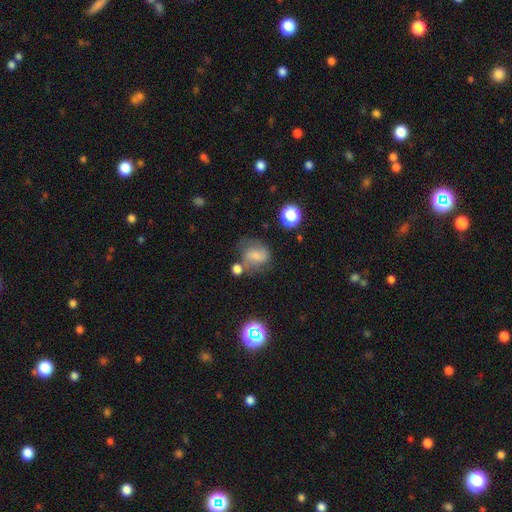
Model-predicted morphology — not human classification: Smooth or featured?
  - smooth: 55% *
  - featured or disk: 31%
  - star or artifact: 14%
How rounded?
  - round: 56% *
  - in between: 42%
  - cigar-shaped: 1%
Merging?
  - none: 48% *
  - minor disturbance: 25%
  - major disturbance: 16%
  - merger: 12%